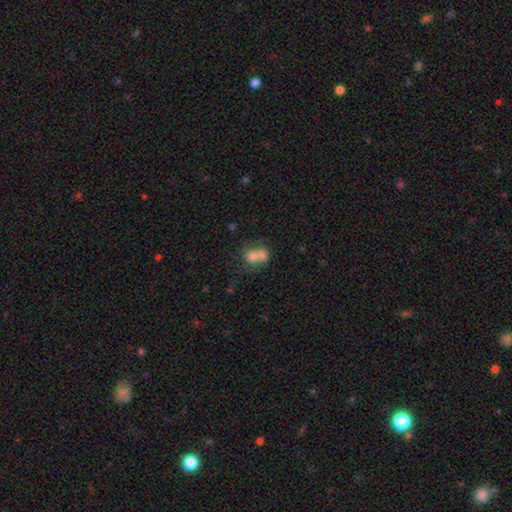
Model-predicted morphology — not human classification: Smooth or featured? smooth (67%)
How rounded? in between (52%)
Merging? merger (63%)